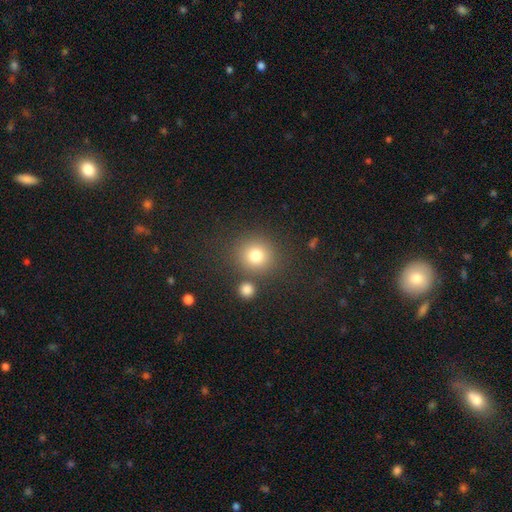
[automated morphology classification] A smooth galaxy with no disk features (78%) that is round (89%). Merging: none (79%).